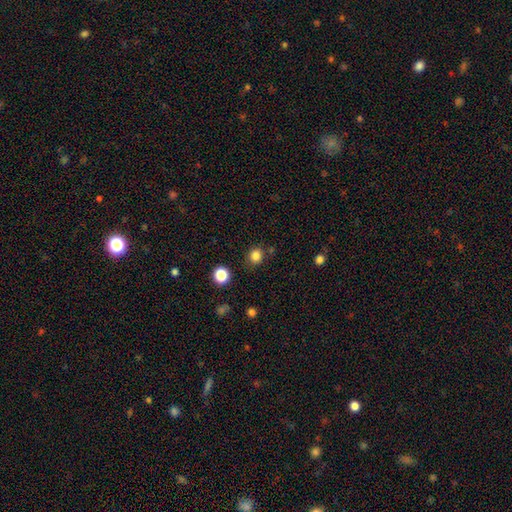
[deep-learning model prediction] The model was most divided on "how rounded": round: 81%, in between: 18%, cigar-shaped: 1%. More confident: merging — none (83%); smooth or featured — smooth (83%).